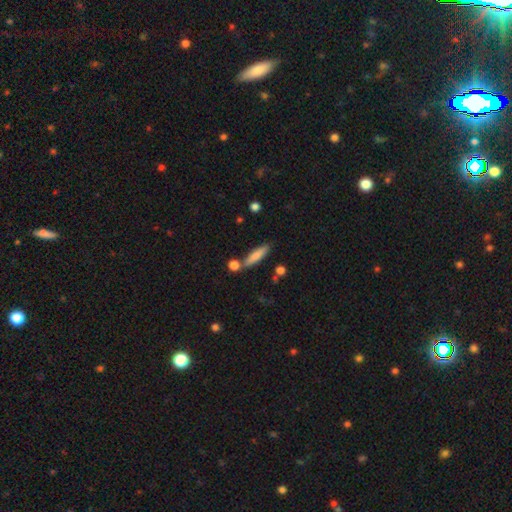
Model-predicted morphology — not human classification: Smooth or featured? smooth (79%)
How rounded? cigar-shaped (78%)
Merging? none (73%)